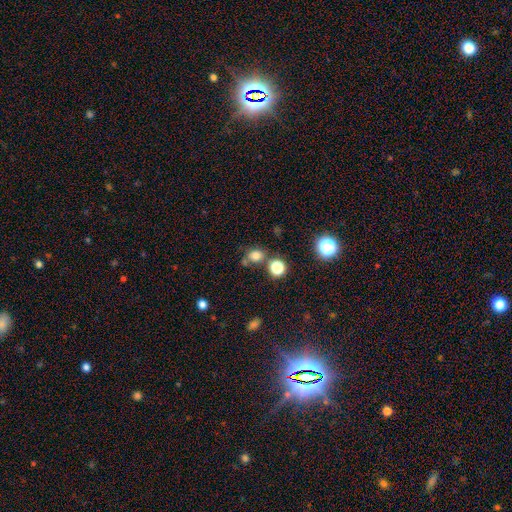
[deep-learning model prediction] Smooth or featured: smooth — 74% (star or artifact — 19%)
How rounded: round — 66% (in between — 33%)
Merging: none — 64% (merger — 18%)